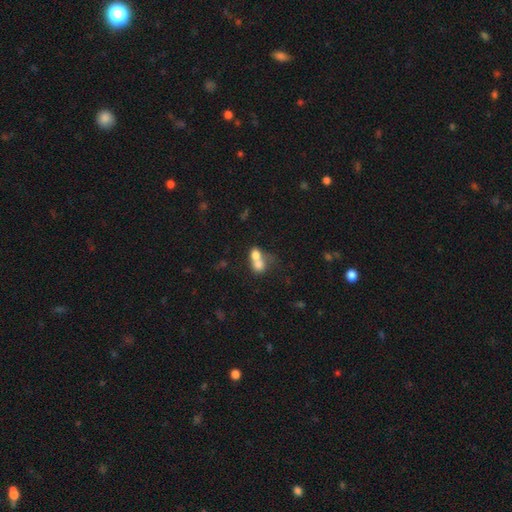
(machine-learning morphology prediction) This appears to be a smooth galaxy with no disk features (70%) that is round (53%). Merging: merger (74%).